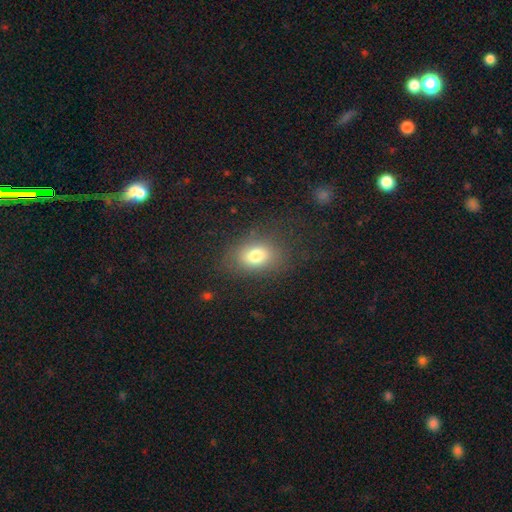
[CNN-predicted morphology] smooth 77%, star or artifact 12%, featured or disk 11%. Down the decision tree: how rounded — in between (68%); merging — none (76%).